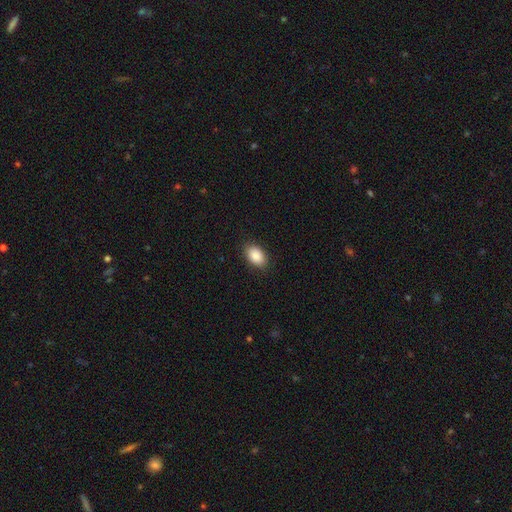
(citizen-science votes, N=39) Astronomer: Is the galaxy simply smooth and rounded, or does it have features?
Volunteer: smooth — 87%.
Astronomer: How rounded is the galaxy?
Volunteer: in between — 91%.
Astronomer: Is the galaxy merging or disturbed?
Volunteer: none — 91%.